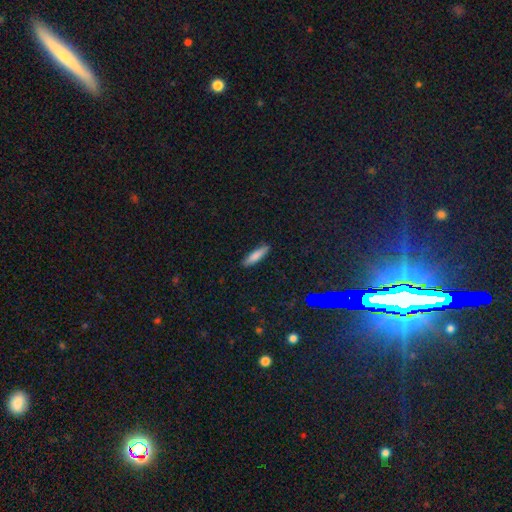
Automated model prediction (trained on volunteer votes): Smooth or featured? smooth (81%)
How rounded? cigar-shaped (75%)
Merging? none (88%)